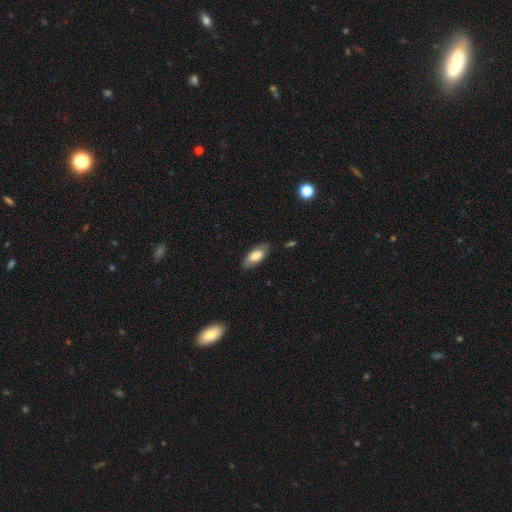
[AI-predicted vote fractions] The model was most divided on "smooth or featured": smooth: 74%, featured or disk: 20%, star or artifact: 6%. More confident: how rounded — in between (85%); merging — none (83%).